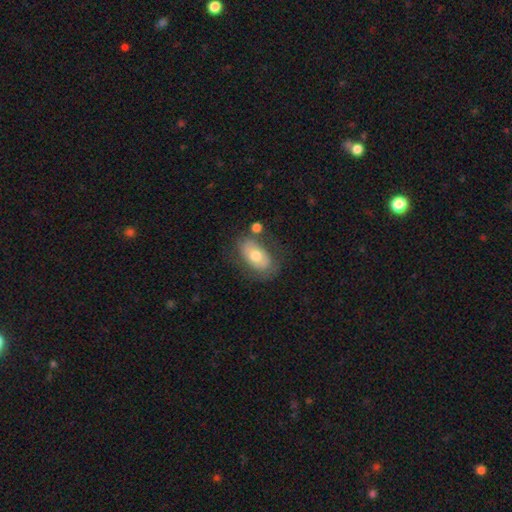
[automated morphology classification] A smooth galaxy with no disk features (62%) that is in between round and cigar-shaped (90%). Merging: none (64%).